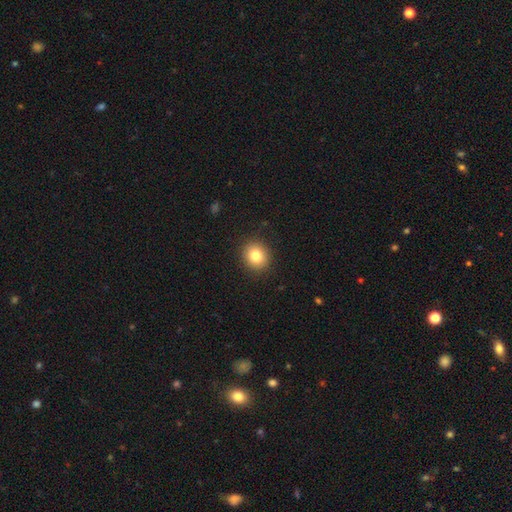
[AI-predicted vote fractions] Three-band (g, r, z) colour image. It shows a smooth galaxy with no disk features (83%) that is round (80%). Merging: none (90%).